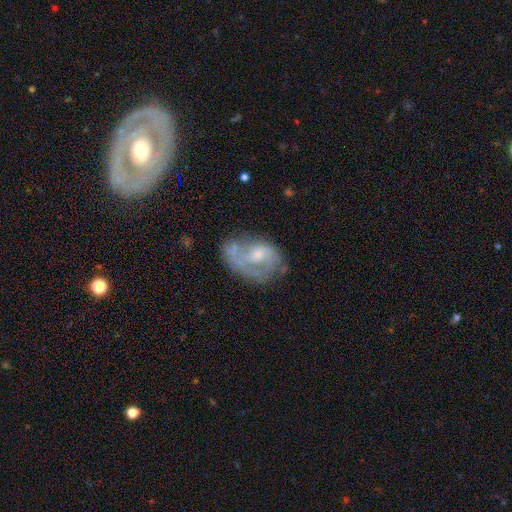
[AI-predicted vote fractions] Overall: featured or disk (64%; smooth 27%). Edge-on disk: no (96%). Bar: no (67%; weak 29%). Spiral arms: yes (65%; no 35%). Bulge size: moderate (43%; small 39%). Merging: none (41%; minor disturbance 25%).